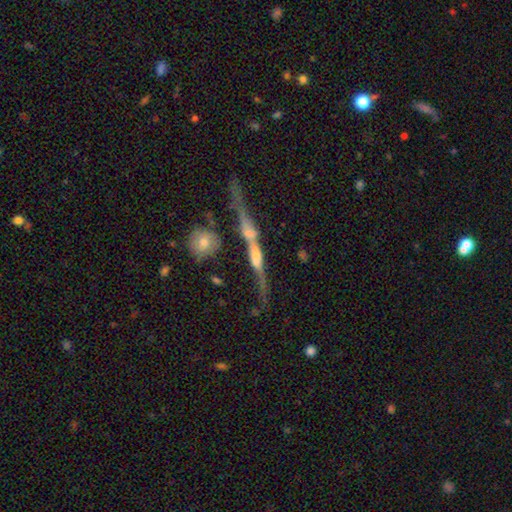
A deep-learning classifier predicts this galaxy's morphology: Q: Smooth or featured?
A: featured or disk (80%); runner-up: smooth (12%)
Q: Edge-on disk?
A: yes (91%); runner-up: no (9%)
Q: Edge-on bulge?
A: rounded (71%); runner-up: none (16%)
Q: Merging?
A: none (60%); runner-up: merger (18%)